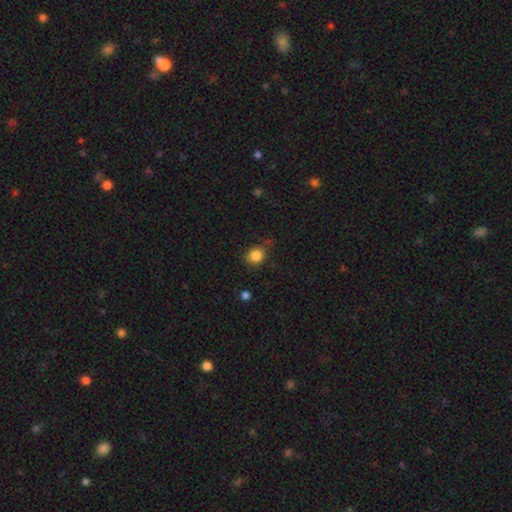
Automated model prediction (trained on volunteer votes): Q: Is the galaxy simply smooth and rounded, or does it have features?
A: smooth — 85%.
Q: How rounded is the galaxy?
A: round — 76%.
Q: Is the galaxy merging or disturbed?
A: none — 79%.